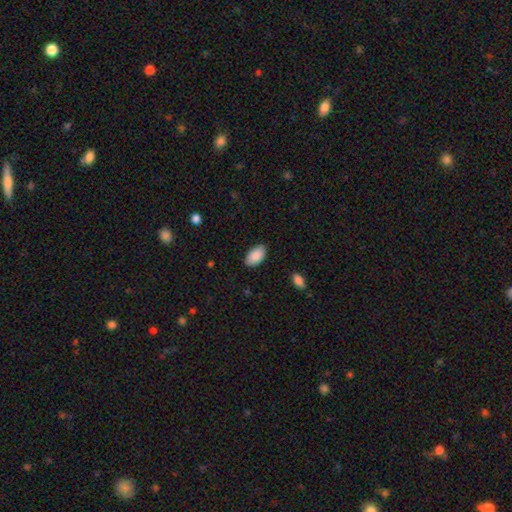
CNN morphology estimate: Smooth or featured? Predicted: smooth (p=0.89). How rounded? Predicted: in between (p=0.95). Merging? Predicted: none (p=0.86).